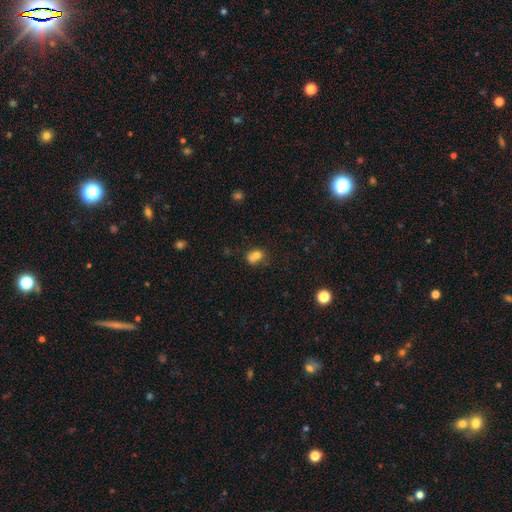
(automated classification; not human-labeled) smooth-or-featured: smooth: 73% | featured or disk: 15% | star or artifact: 12%
  how-rounded: round: 53% | in between: 46% | cigar-shaped: 1%
  merging: merger: 44% | none: 36% | minor disturbance: 15% | major disturbance: 6%